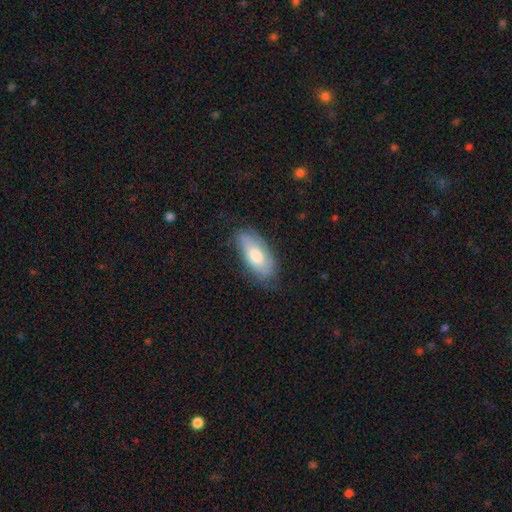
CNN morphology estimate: Smooth or featured? Predicted: smooth (p=0.58). How rounded? Predicted: in between (p=0.87). Merging? Predicted: none (p=0.73).